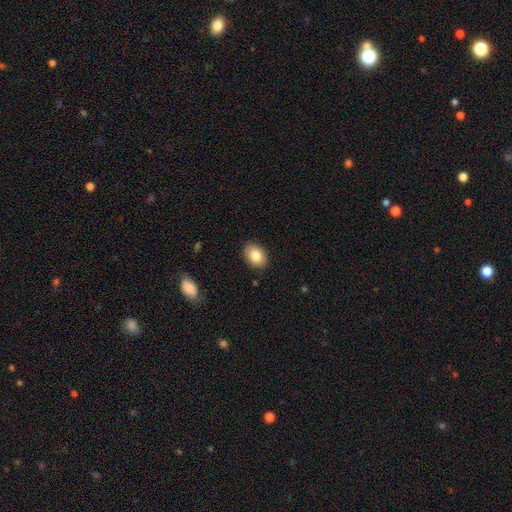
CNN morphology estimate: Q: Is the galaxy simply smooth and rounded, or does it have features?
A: smooth — 84%.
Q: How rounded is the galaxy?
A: in between — 68%.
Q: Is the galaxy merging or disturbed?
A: none — 89%.